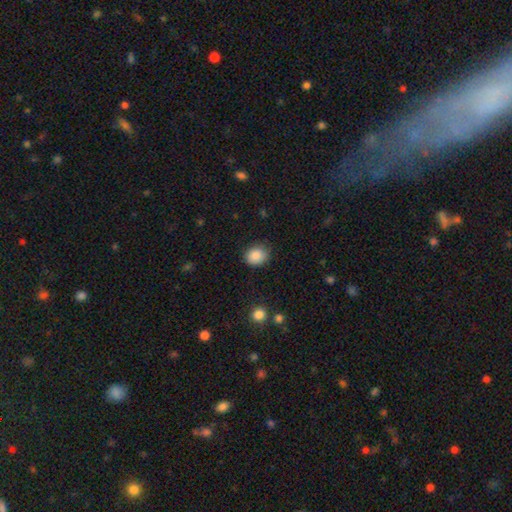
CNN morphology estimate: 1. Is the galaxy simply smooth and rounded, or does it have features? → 88% smooth, 9% star or artifact, 4% featured or disk.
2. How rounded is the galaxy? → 64% round, 35% in between, 1% cigar-shaped.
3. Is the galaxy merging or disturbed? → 82% none, 14% minor disturbance, 3% major disturbance, 1% merger.